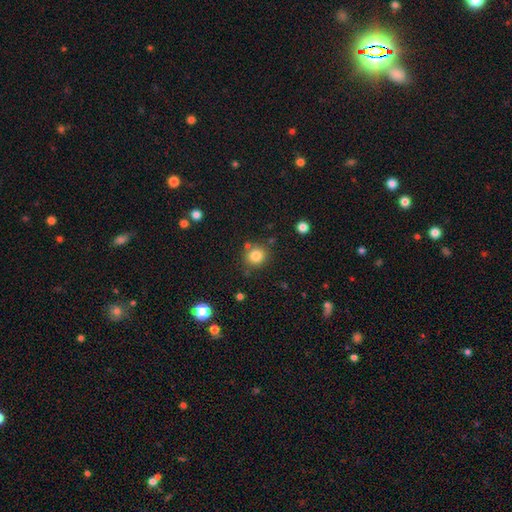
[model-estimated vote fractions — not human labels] This is clearly a smooth galaxy (83%). How rounded: clearly round (84%). Merging: likely none (79%).